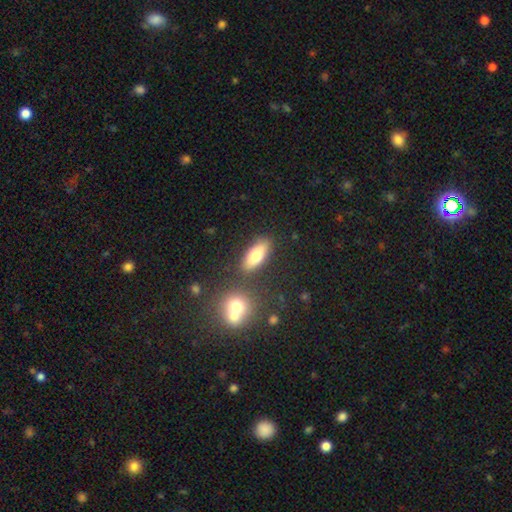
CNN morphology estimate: This is likely a smooth galaxy (75%). How rounded: likely in between (73%). Merging: clearly none (80%).